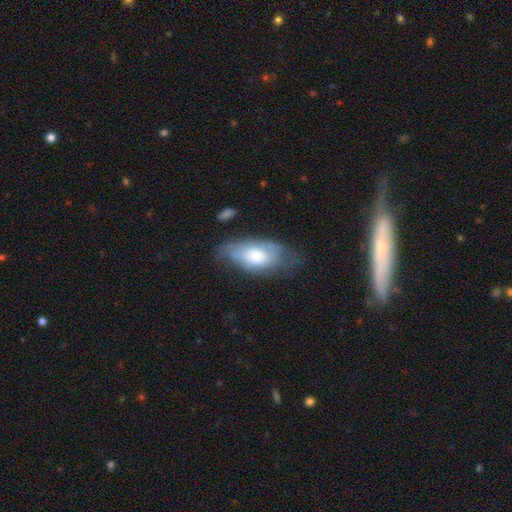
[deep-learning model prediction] Smooth or featured: smooth — 61% (featured or disk — 32%)
How rounded: in between — 90% (cigar-shaped — 6%)
Merging: none — 49% (minor disturbance — 33%)